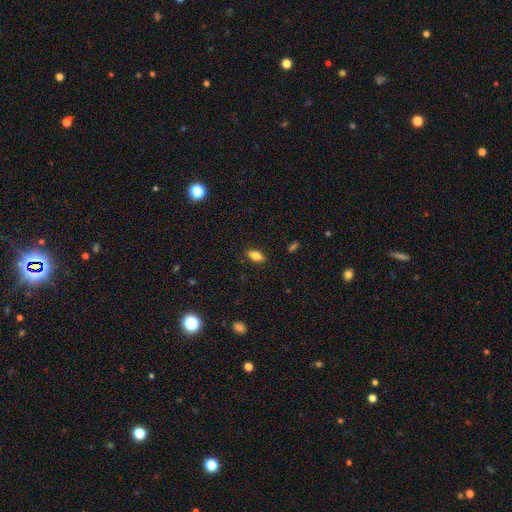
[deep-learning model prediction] This is clearly a smooth galaxy (84%). How rounded: clearly in between (88%). Merging: clearly none (88%).